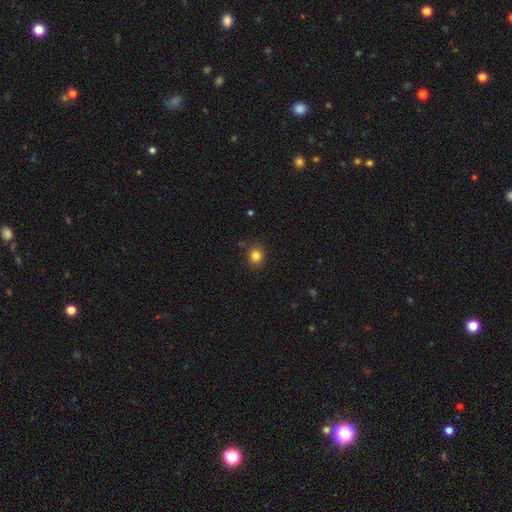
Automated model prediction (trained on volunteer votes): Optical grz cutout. It shows a smooth galaxy with no disk features (84%) that is round (79%). Merging: none (85%).